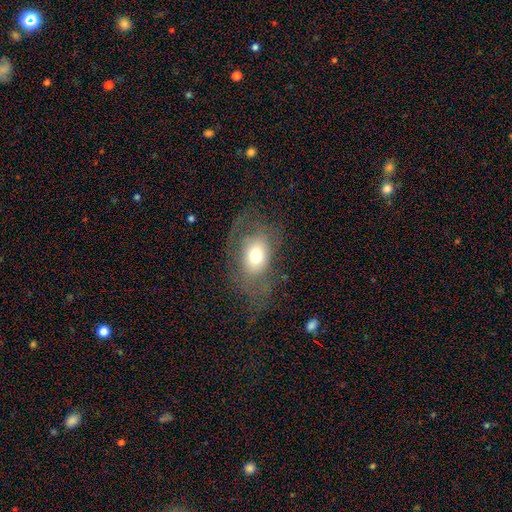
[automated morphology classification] Overall: smooth (59%; featured or disk 31%). How rounded: in between (73%). Merging: none (47%; major disturbance 32%).